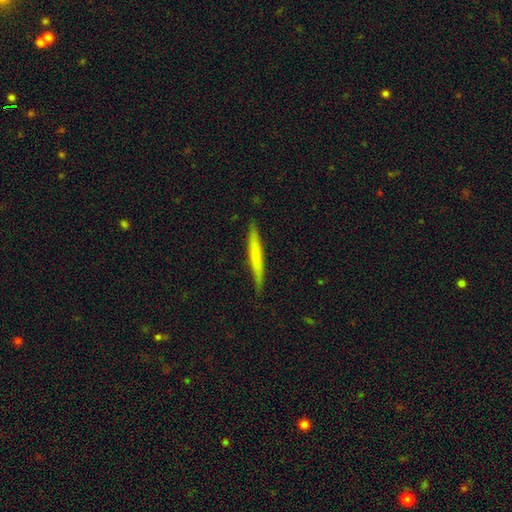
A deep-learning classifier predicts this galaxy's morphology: smooth 60%, featured or disk 35%, star or artifact 5%. Down the decision tree: how rounded — cigar-shaped (96%); merging — none (87%).